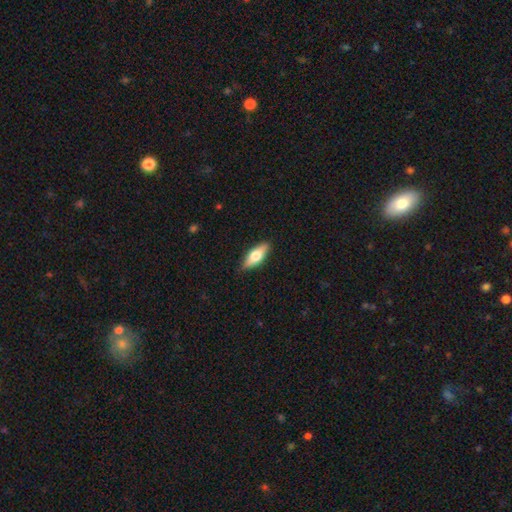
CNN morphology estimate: The model was most divided on "smooth or featured": smooth: 55%, featured or disk: 39%, star or artifact: 6%. More confident: merging — none (88%); how rounded — in between (65%).